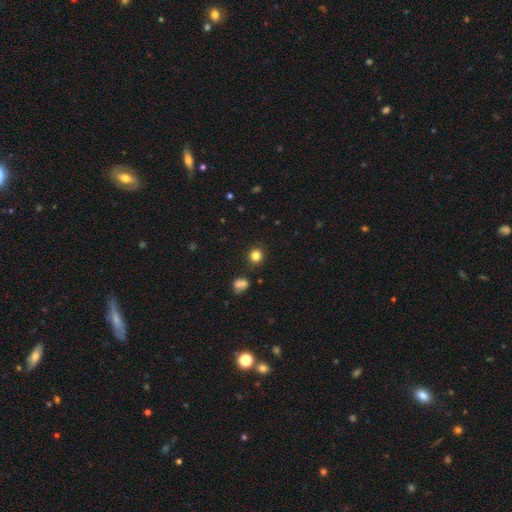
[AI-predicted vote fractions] smooth 82%, star or artifact 13%, featured or disk 5%. Down the decision tree: how rounded — round (87%); merging — none (87%).